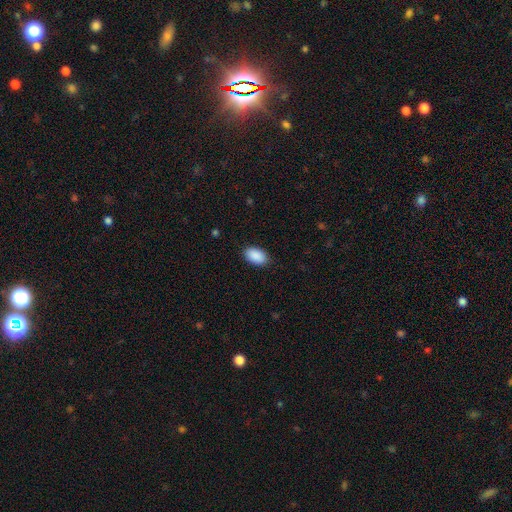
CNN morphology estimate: The model was most divided on "merging": none: 87%, minor disturbance: 10%, major disturbance: 2%, merger: 1%. More confident: how rounded — in between (93%); smooth or featured — smooth (91%).